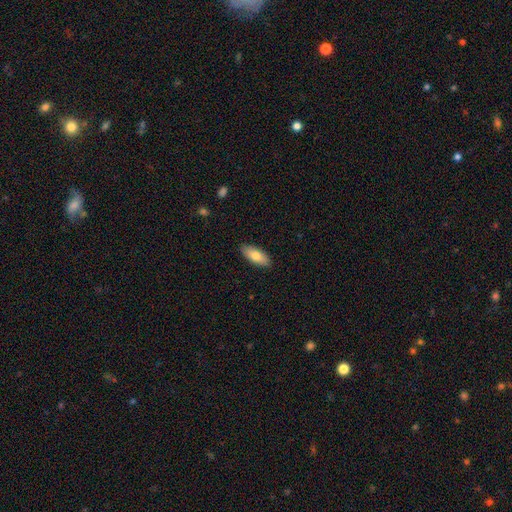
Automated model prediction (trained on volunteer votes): Smooth or featured? Predicted: smooth (p=0.77). How rounded? Predicted: in between (p=0.76). Merging? Predicted: none (p=0.90).